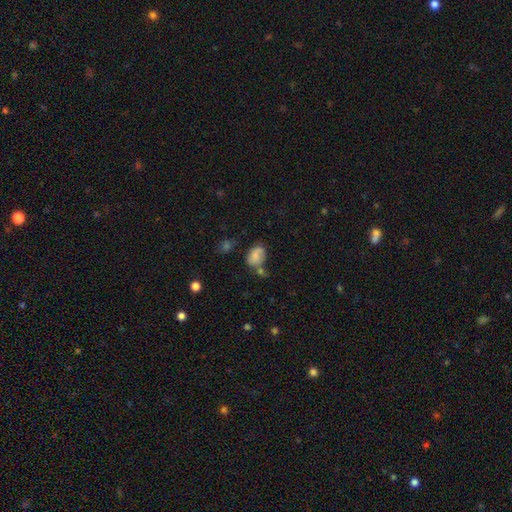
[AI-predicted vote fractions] This appears to be a smooth galaxy with no disk features (69%) that is in between round and cigar-shaped (74%). Merging: none (43%).